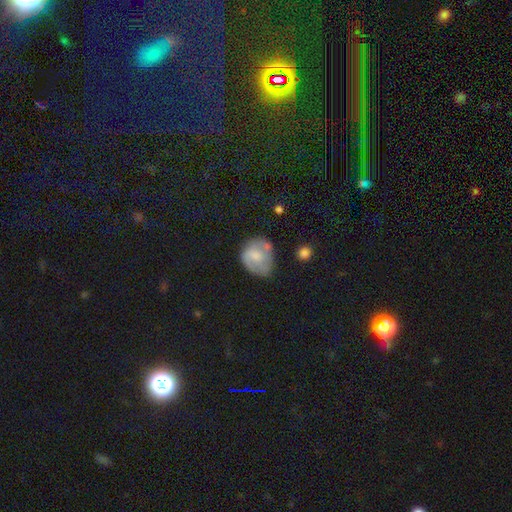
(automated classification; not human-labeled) Smooth or featured? smooth (57%)
How rounded? round (54%)
Merging? none (46%)